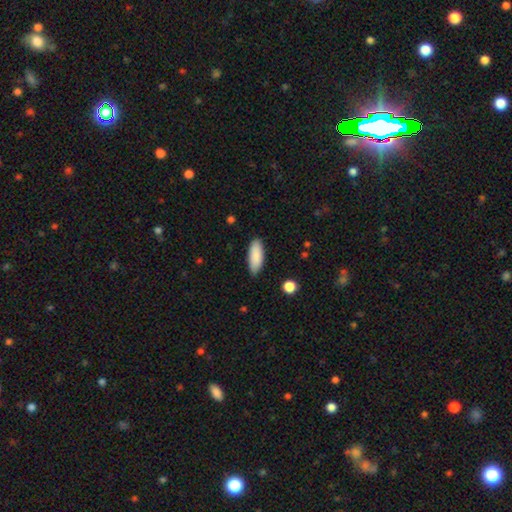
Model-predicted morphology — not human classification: type=smooth (89%); roundness=in between (76%); merging=none (84%).